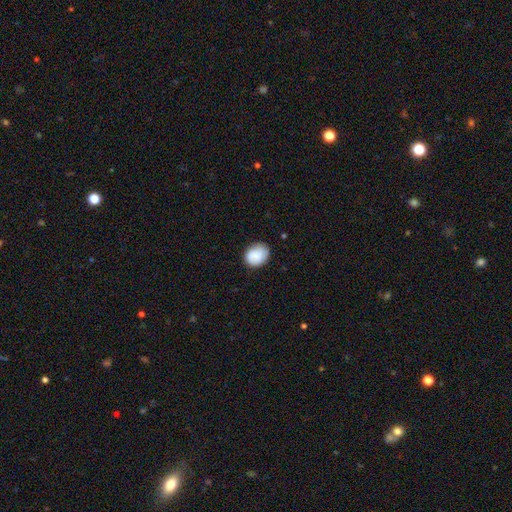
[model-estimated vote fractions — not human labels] smooth-or-featured: smooth: 85% | featured or disk: 8% | star or artifact: 7%
  how-rounded: round: 52% | in between: 48% | cigar-shaped: 1%
  merging: none: 80% | minor disturbance: 16% | major disturbance: 3% | merger: 1%